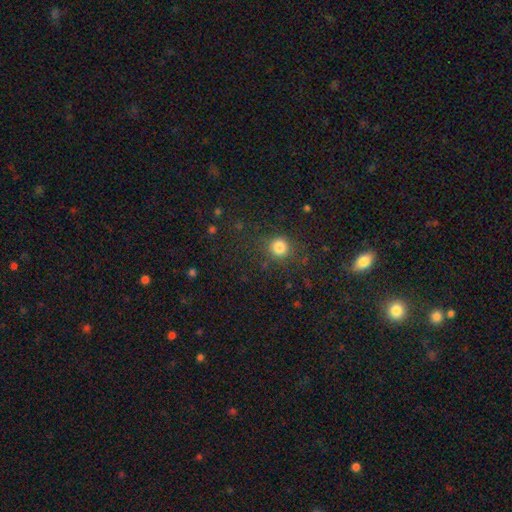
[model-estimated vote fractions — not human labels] This is possibly a smooth galaxy (50%). Merging: likely none (79%).